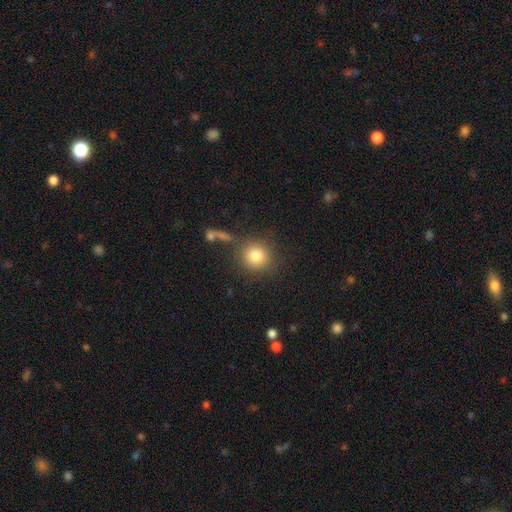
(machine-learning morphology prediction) This is clearly a smooth galaxy (82%). How rounded: clearly round (91%). Merging: clearly none (81%).